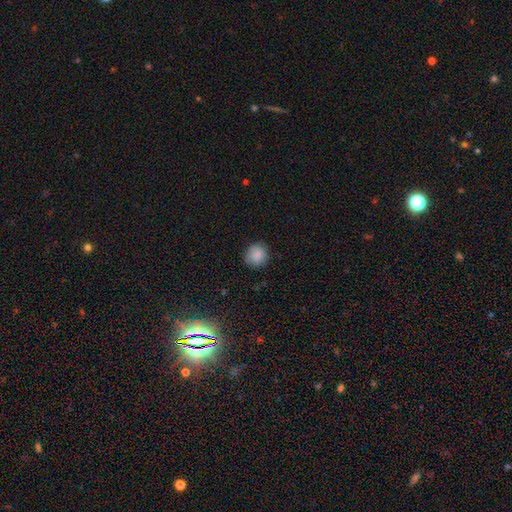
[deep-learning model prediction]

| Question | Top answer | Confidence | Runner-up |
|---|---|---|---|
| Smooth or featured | smooth | 86% | star or artifact (9%) |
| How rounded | round | 89% | in between (10%) |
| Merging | none | 86% | minor disturbance (10%) |